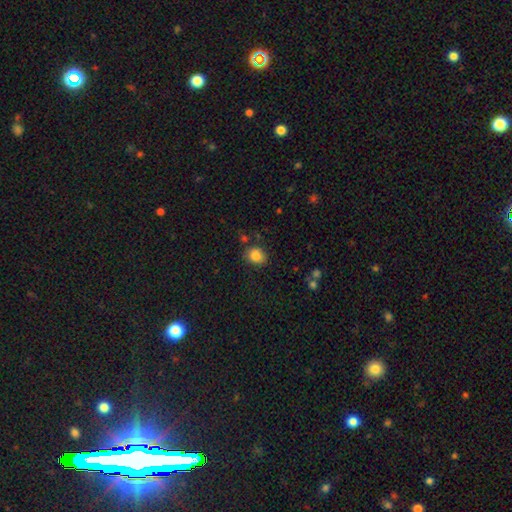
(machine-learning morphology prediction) type=smooth (85%); roundness=round (56%); merging=none (79%).